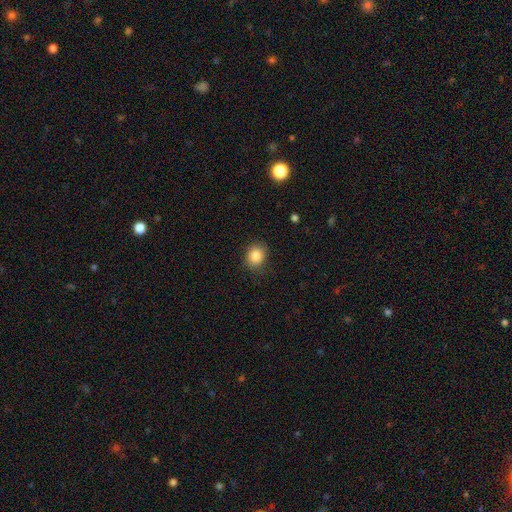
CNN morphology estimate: A smooth galaxy with no disk features (86%) that is round (65%). Merging: none (83%).